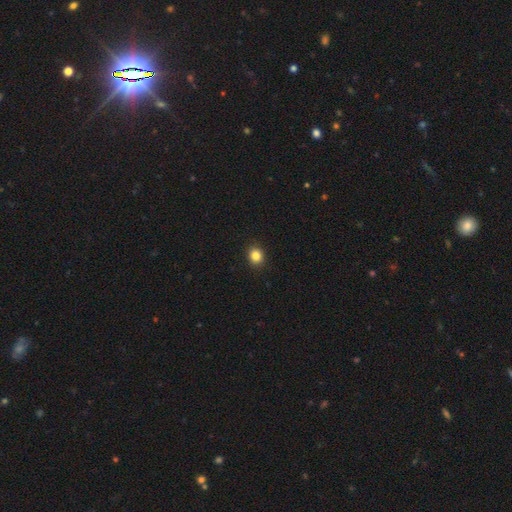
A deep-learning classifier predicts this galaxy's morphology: Smooth or featured?
  - smooth: 85% *
  - star or artifact: 11%
  - featured or disk: 4%
How rounded?
  - round: 73% *
  - in between: 26%
  - cigar-shaped: 1%
Merging?
  - none: 91% *
  - minor disturbance: 6%
  - major disturbance: 2%
  - merger: 1%